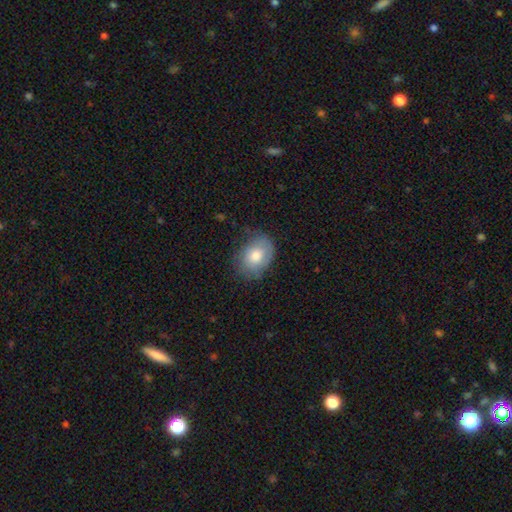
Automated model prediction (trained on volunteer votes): Morphology: type=smooth (71%); roundness=in between (67%); merging=none (64%).